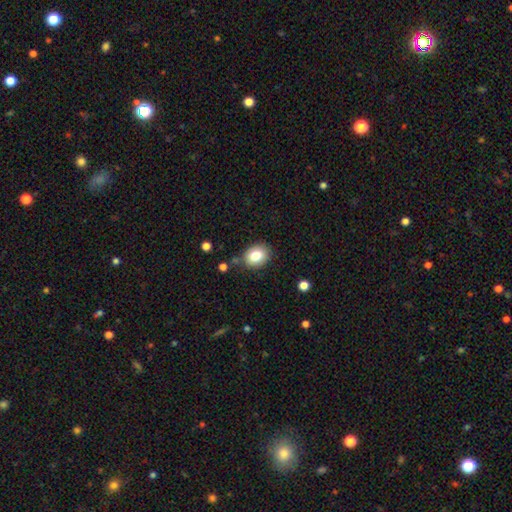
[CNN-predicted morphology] Q: Smooth or featured?
A: smooth (82%); runner-up: featured or disk (9%)
Q: How rounded?
A: in between (58%); runner-up: round (41%)
Q: Merging?
A: none (82%); runner-up: minor disturbance (12%)